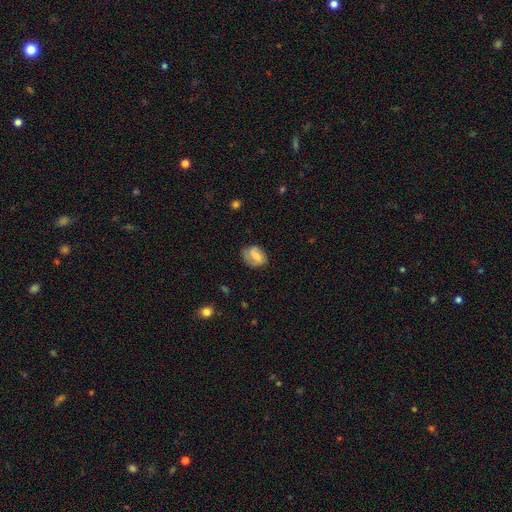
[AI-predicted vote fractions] A smooth galaxy with no disk features (53%) that is in between round and cigar-shaped (65%).

Vote fractions:
- Smooth or featured? smooth: 53% / featured or disk: 39% / star or artifact: 9%
- How rounded? in between: 65% / round: 33% / cigar-shaped: 2%
- Merging? none: 58% / minor disturbance: 27% / major disturbance: 13% / merger: 3%